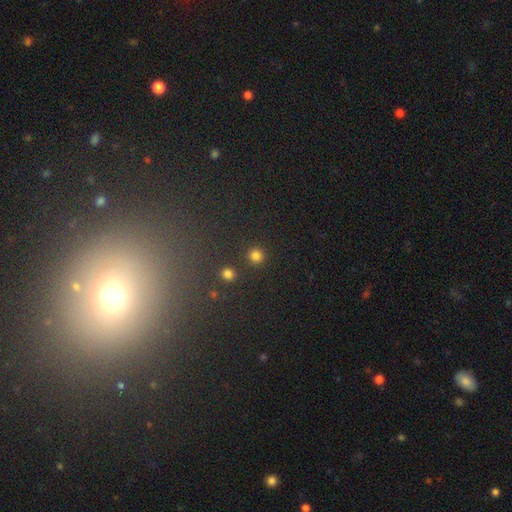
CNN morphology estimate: A smooth galaxy with no disk features (81%) that is round (95%).

Vote fractions:
- Smooth or featured? smooth: 81% / star or artifact: 15% / featured or disk: 4%
- How rounded? round: 95% / in between: 4% / cigar-shaped: 1%
- Merging? none: 88% / minor disturbance: 5% / merger: 5% / major disturbance: 2%